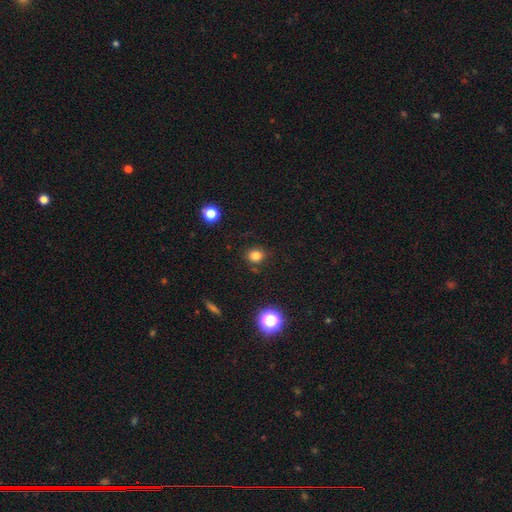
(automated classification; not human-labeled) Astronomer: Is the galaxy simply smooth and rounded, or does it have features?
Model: smooth — 80%.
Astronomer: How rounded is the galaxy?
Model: round — 76%.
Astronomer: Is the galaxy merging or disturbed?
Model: none — 85%.